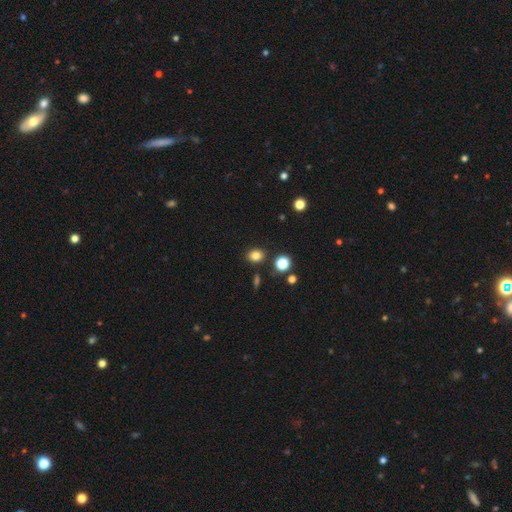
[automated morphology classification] Overall: smooth (81%). How rounded: round (61%; in between 38%). Merging: none (85%).